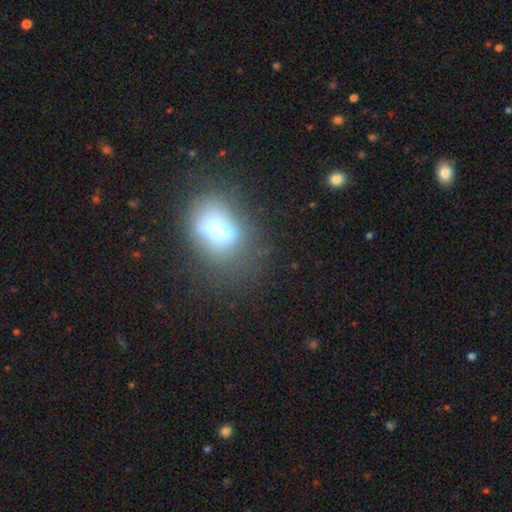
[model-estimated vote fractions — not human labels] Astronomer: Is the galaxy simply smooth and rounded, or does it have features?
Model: smooth — 61%.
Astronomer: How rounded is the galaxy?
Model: in between — 64%.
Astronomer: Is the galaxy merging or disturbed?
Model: none — 65%.